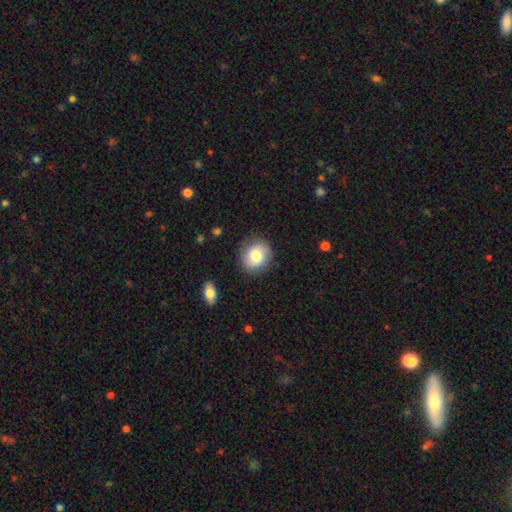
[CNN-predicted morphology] This appears to be a smooth galaxy with no disk features (77%) that is round (73%). Merging: none (85%).